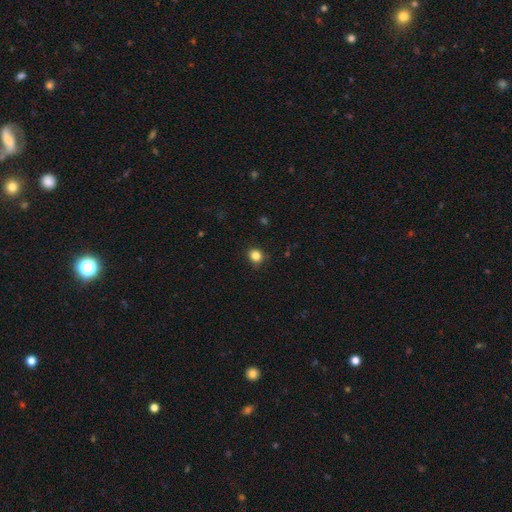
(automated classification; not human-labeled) A smooth galaxy with no disk features (84%) that is round (81%).

Vote fractions:
- Smooth or featured? smooth: 84% / star or artifact: 12% / featured or disk: 4%
- How rounded? round: 81% / in between: 18% / cigar-shaped: 1%
- Merging? none: 87% / minor disturbance: 10% / major disturbance: 2% / merger: 1%